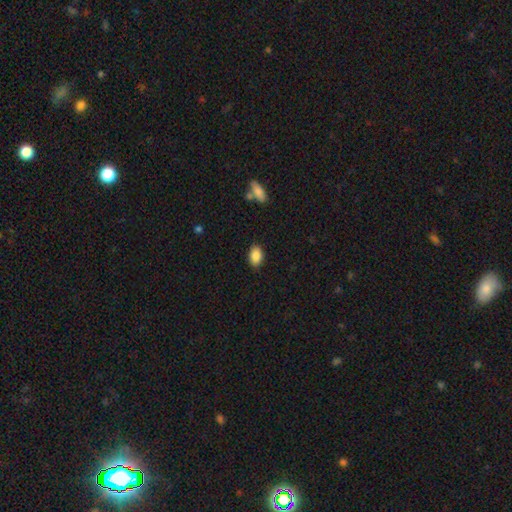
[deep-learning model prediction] Smooth or featured? smooth (88%)
How rounded? in between (88%)
Merging? none (87%)